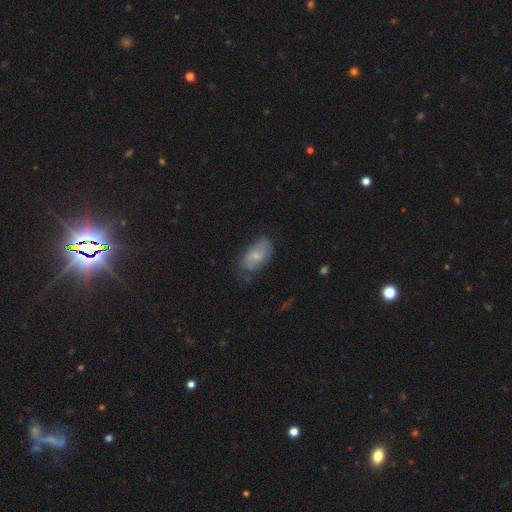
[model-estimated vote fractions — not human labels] A smooth galaxy with no disk features (51%) that is in between round and cigar-shaped (92%).

Vote fractions:
- Smooth or featured? smooth: 51% / featured or disk: 41% / star or artifact: 7%
- How rounded? in between: 92% / round: 5% / cigar-shaped: 3%
- Merging? none: 56% / minor disturbance: 31% / major disturbance: 10% / merger: 2%